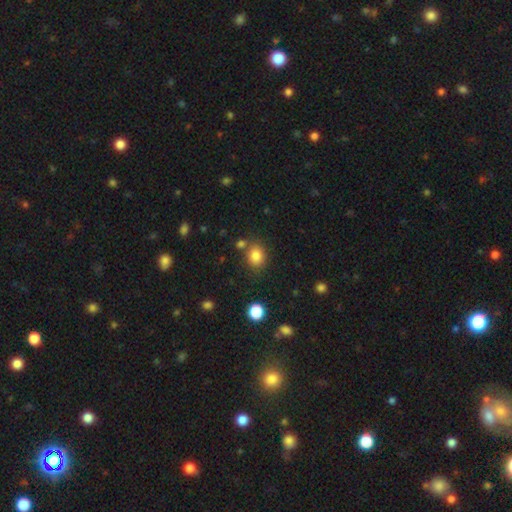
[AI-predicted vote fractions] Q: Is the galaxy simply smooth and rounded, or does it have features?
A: smooth — 83%.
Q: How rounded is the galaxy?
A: round — 60%.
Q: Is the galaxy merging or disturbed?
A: none — 75%.